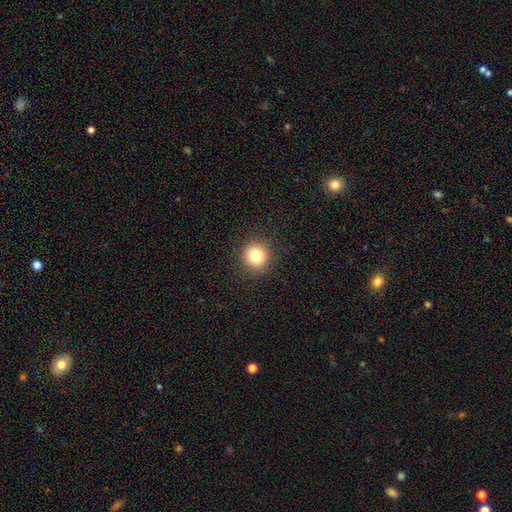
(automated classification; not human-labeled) The model was most divided on "smooth or featured": smooth: 82%, star or artifact: 11%, featured or disk: 7%. More confident: merging — none (91%); how rounded — round (91%).